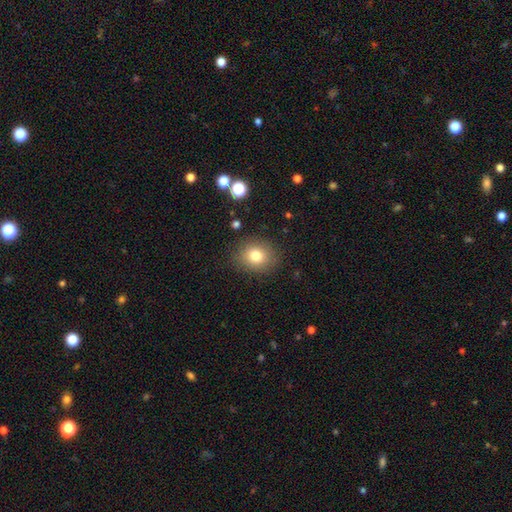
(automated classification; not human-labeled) smooth-or-featured: smooth: 79% | star or artifact: 12% | featured or disk: 10%
  how-rounded: round: 67% | in between: 33% | cigar-shaped: 1%
  merging: none: 86% | minor disturbance: 9% | major disturbance: 3% | merger: 1%